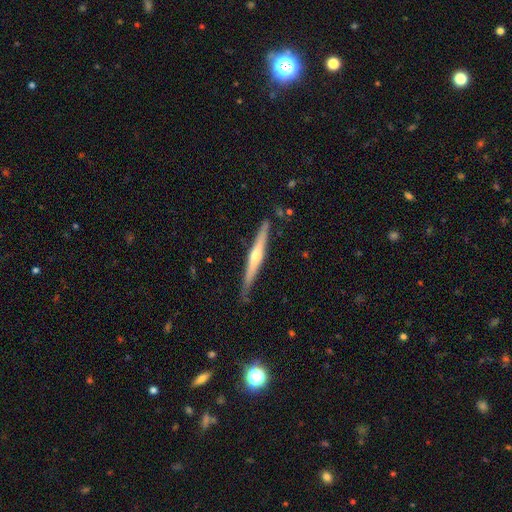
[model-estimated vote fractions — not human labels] Smooth or featured?
  - featured or disk: 69% *
  - smooth: 26%
  - star or artifact: 5%
Edge-on disk?
  - yes: 97% *
  - no: 3%
Edge-on bulge?
  - rounded: 80% *
  - none: 15%
  - boxy: 5%
Merging?
  - none: 80% *
  - minor disturbance: 15%
  - major disturbance: 2%
  - merger: 2%